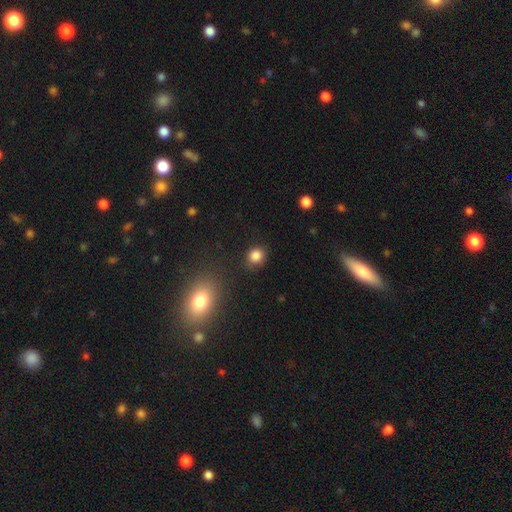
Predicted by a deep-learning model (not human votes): This appears to be a smooth galaxy with no disk features (84%) that is round (76%). Merging: none (82%).